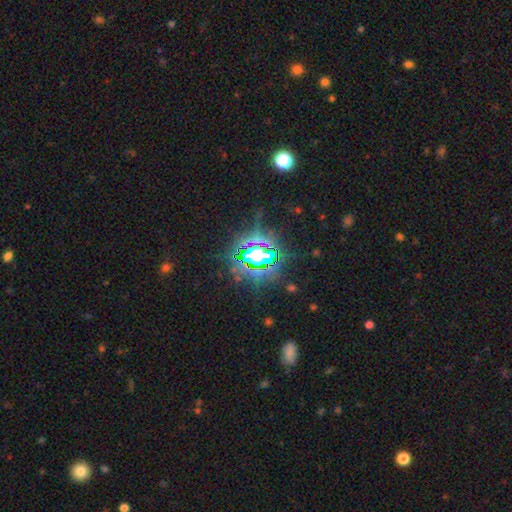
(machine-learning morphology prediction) This appears to be a star or artifact, not a galaxy (79%).